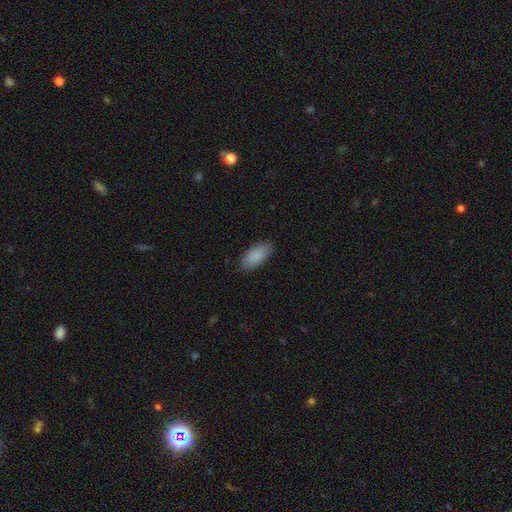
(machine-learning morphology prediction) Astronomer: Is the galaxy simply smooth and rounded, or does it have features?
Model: smooth — 90%.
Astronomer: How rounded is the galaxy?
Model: in between — 89%.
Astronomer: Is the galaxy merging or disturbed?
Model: none — 86%.